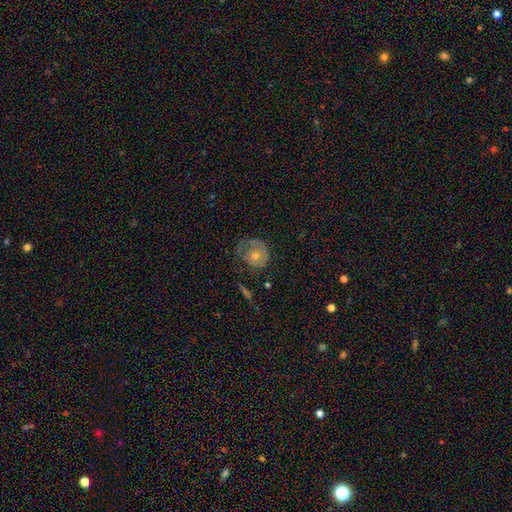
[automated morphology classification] smooth-or-featured: featured or disk: 53% | smooth: 37% | star or artifact: 10%
  disk-edge-on: no: 96% | yes: 4%
    bar: no: 86% | weak: 11% | strong: 2%
    has-spiral-arms: yes: 56% | no: 44%
    bulge-size: moderate: 50% | small: 45% | large: 2% | none: 2% | dominant: 1%
  merging: none: 53% | minor disturbance: 24% | major disturbance: 20% | merger: 2%